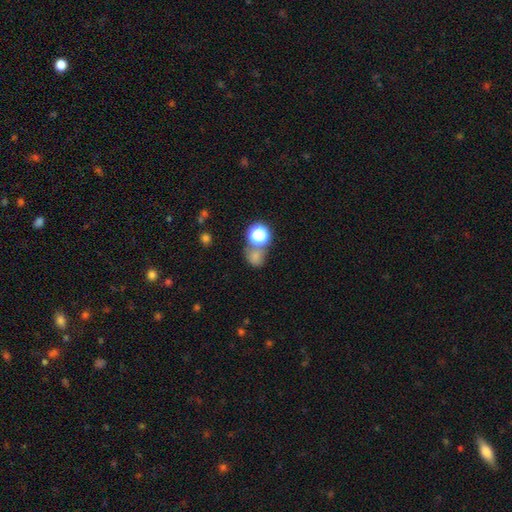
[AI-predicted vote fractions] smooth-or-featured: smooth: 67% | star or artifact: 25% | featured or disk: 7%
  how-rounded: round: 72% | in between: 27% | cigar-shaped: 1%
  merging: none: 54% | merger: 27% | minor disturbance: 12% | major disturbance: 7%